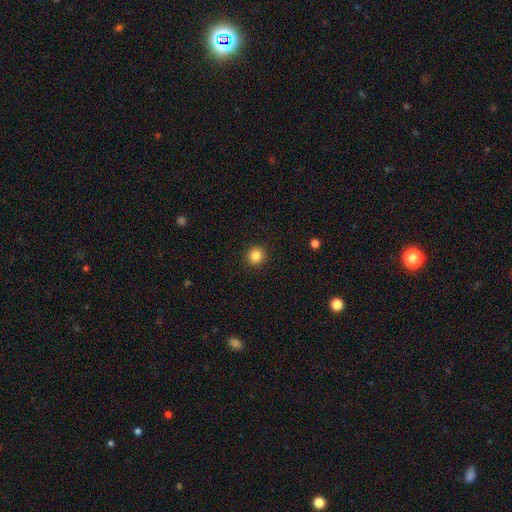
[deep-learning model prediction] The model was most divided on "smooth or featured": smooth: 85%, star or artifact: 11%, featured or disk: 4%. More confident: how rounded — round (93%); merging — none (92%).